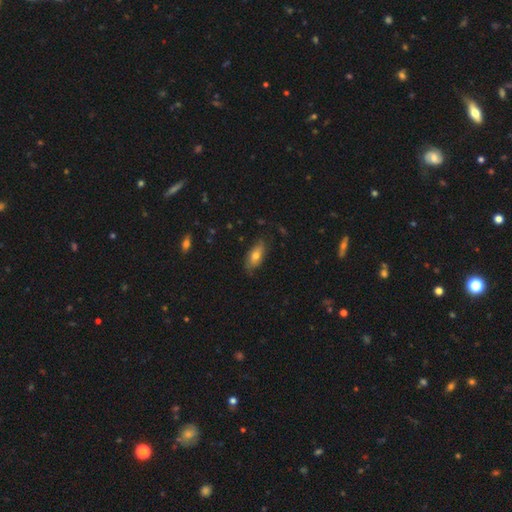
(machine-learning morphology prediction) The model was most divided on "smooth or featured": smooth: 65%, featured or disk: 27%, star or artifact: 7%. More confident: how rounded — in between (82%); merging — none (73%).